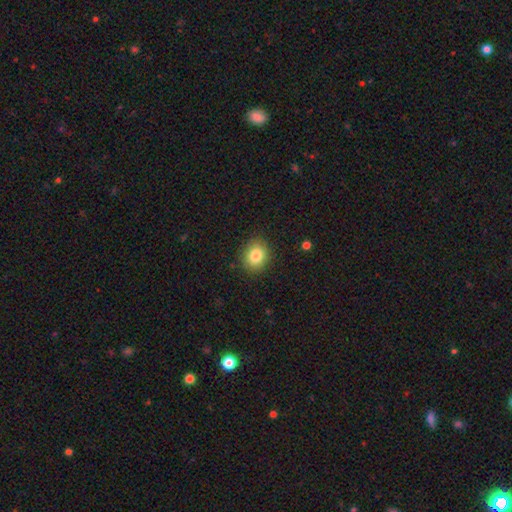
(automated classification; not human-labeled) Smooth or featured: smooth — 83% (star or artifact — 9%)
How rounded: round — 65% (in between — 34%)
Merging: none — 88% (minor disturbance — 9%)